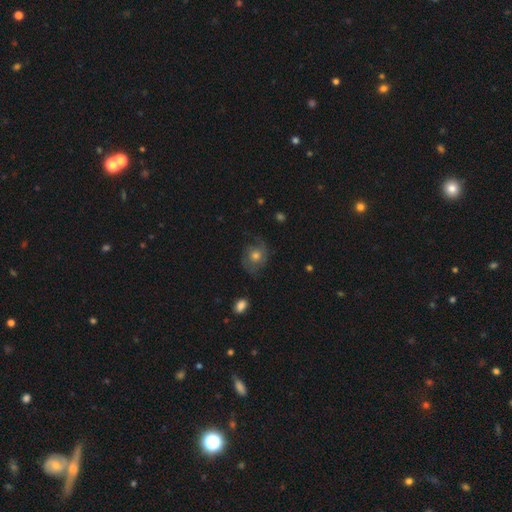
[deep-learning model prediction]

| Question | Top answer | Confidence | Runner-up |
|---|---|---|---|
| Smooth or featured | featured or disk | 54% | smooth (35%) |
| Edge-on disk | no | 97% | yes (3%) |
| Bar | no | 83% | weak (15%) |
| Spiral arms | yes | 81% | no (19%) |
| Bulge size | moderate | 67% | small (18%) |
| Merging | none | 68% | minor disturbance (20%) |